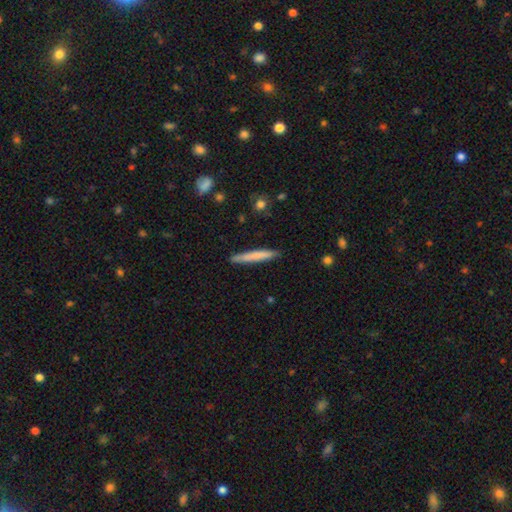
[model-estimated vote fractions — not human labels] Overall: smooth (71%). How rounded: cigar-shaped (95%). Merging: none (88%).